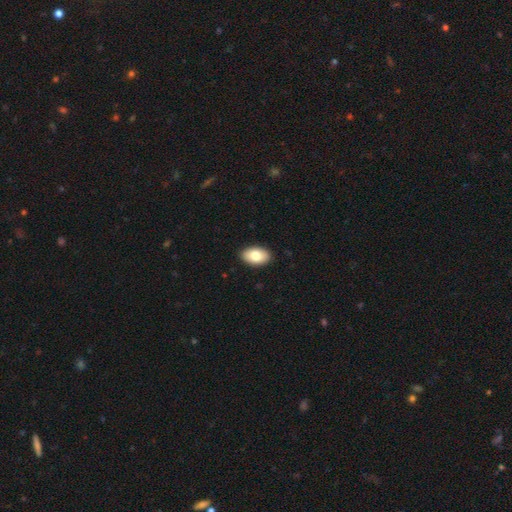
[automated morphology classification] smooth_or_featured: smooth (p=0.80) [alt: featured or disk p=0.13]
how_rounded: in between (p=0.93) [alt: round p=0.06]
merging: none (p=0.91) [alt: minor disturbance p=0.07]